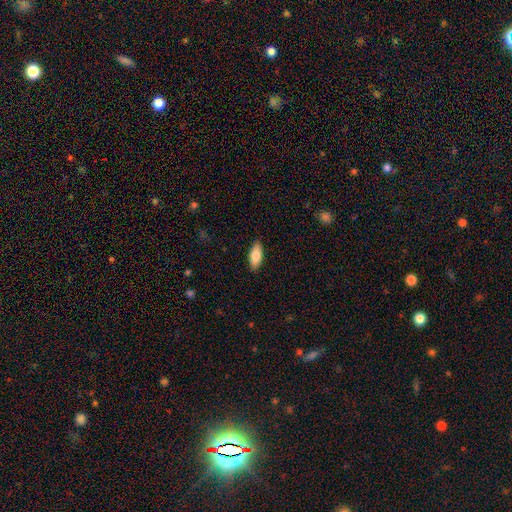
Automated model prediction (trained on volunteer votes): Morphology: type=smooth (81%); roundness=in between (78%); merging=none (88%).